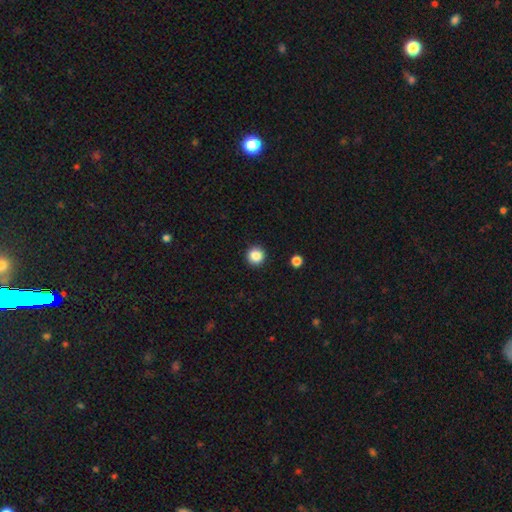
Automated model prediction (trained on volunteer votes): Smooth or featured?
  - smooth: 87% *
  - star or artifact: 10%
  - featured or disk: 3%
How rounded?
  - round: 94% *
  - in between: 5%
  - cigar-shaped: 1%
Merging?
  - none: 92% *
  - minor disturbance: 5%
  - major disturbance: 2%
  - merger: 1%